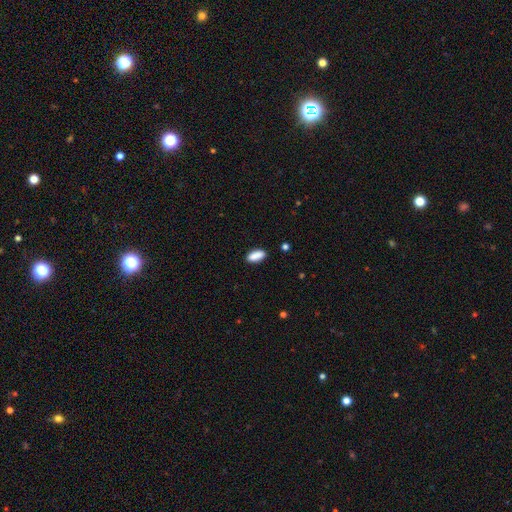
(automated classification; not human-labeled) Smooth or featured?
  - smooth: 89% *
  - star or artifact: 7%
  - featured or disk: 4%
How rounded?
  - in between: 84% *
  - cigar-shaped: 13%
  - round: 2%
Merging?
  - none: 85% *
  - minor disturbance: 11%
  - major disturbance: 2%
  - merger: 2%